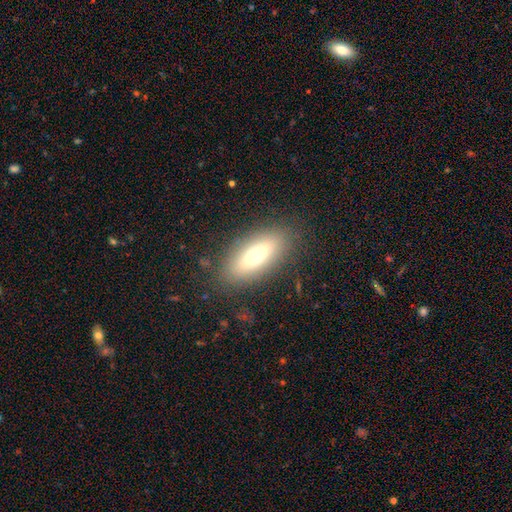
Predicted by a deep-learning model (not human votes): smooth-or-featured: smooth: 65% | featured or disk: 25% | star or artifact: 9%
  how-rounded: in between: 71% | cigar-shaped: 25% | round: 4%
  merging: none: 83% | minor disturbance: 11% | major disturbance: 5% | merger: 1%